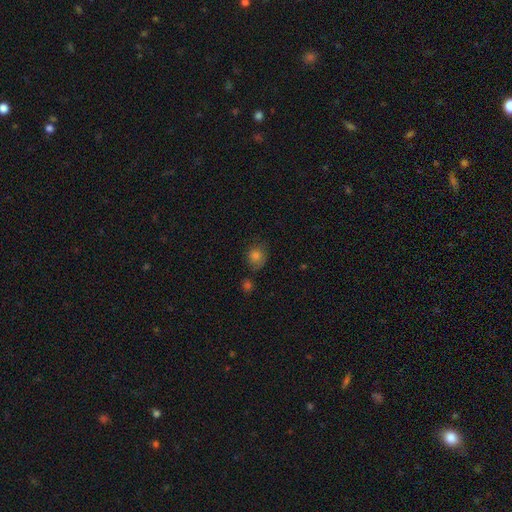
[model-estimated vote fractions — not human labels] This is likely a smooth galaxy (77%). How rounded: likely round (74%). Merging: likely none (70%).